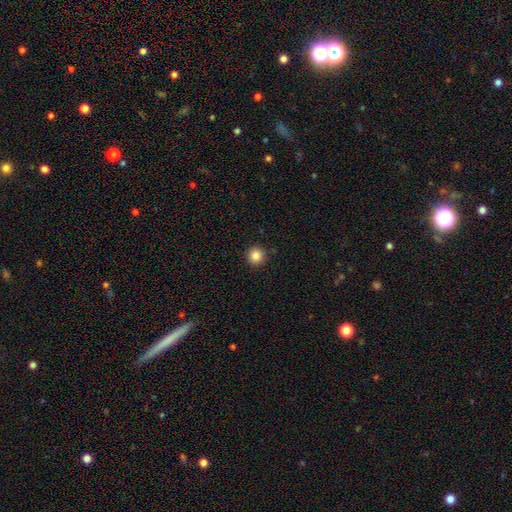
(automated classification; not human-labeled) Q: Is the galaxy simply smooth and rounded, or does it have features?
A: smooth — 86%.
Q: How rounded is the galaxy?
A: round — 95%.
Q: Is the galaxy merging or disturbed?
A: none — 92%.